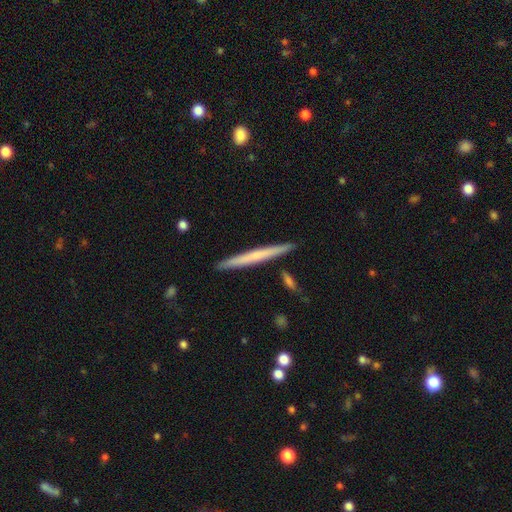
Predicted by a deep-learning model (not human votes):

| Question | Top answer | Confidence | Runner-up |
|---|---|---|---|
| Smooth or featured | smooth | 48% | featured or disk (46%) |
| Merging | none | 90% | minor disturbance (7%) |